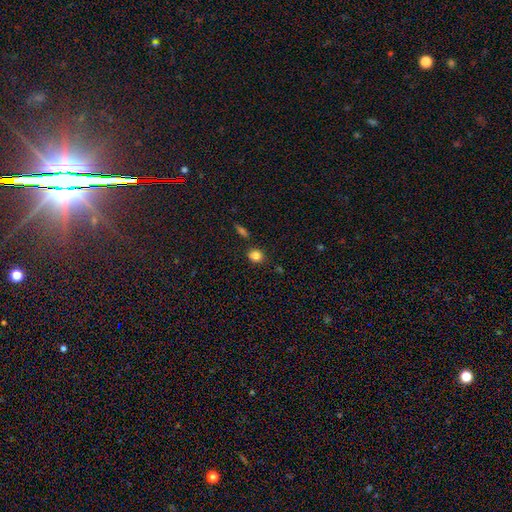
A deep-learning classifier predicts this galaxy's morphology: Smooth or featured? Predicted: smooth (p=0.83). How rounded? Predicted: round (p=0.70). Merging? Predicted: none (p=0.81).